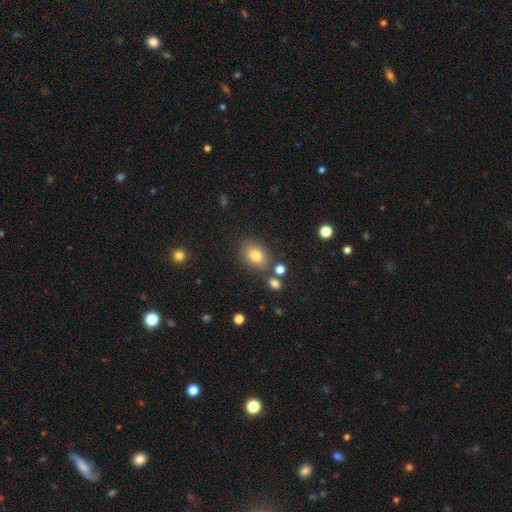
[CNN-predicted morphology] This appears to be a smooth galaxy with no disk features (80%) that is in between round and cigar-shaped (59%). Merging: none (77%).